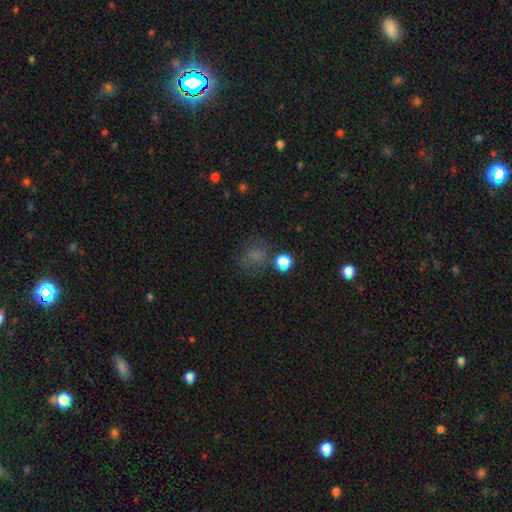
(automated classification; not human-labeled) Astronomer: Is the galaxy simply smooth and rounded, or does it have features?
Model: smooth — 62%.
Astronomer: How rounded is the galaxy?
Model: round — 65%.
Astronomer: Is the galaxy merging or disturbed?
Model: none — 64%.